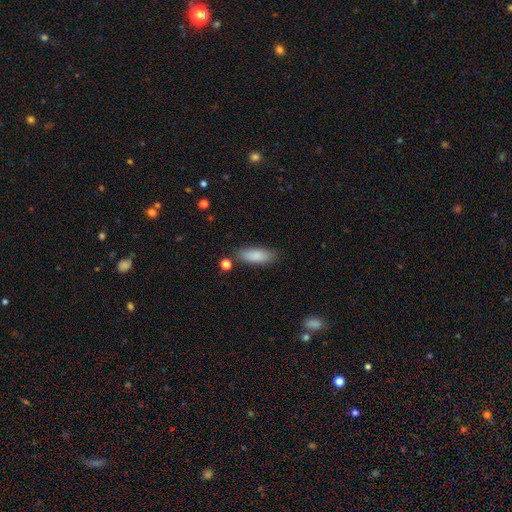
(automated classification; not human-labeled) The model was most divided on "how rounded": in between: 70%, cigar-shaped: 27%, round: 2%. More confident: smooth or featured — smooth (86%); merging — none (78%).